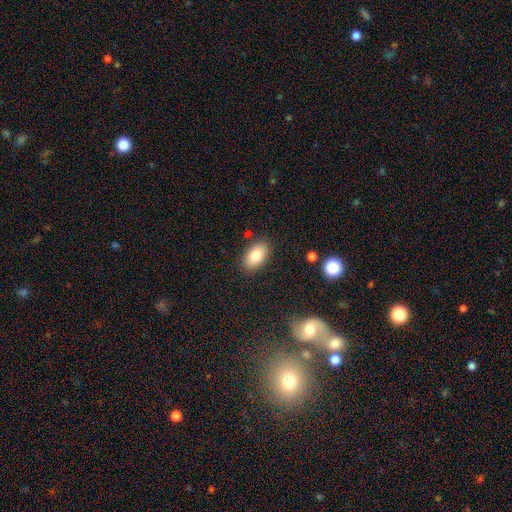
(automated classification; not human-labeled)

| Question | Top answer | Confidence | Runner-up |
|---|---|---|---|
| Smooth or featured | smooth | 81% | featured or disk (12%) |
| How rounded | in between | 92% | round (6%) |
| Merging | none | 85% | minor disturbance (10%) |